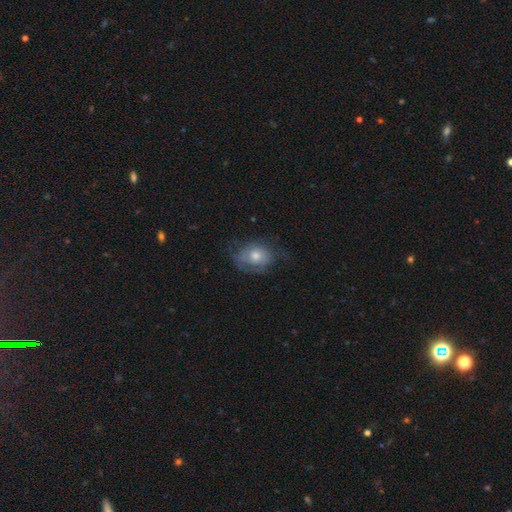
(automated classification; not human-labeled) A smooth galaxy with no disk features (52%) that is in between round and cigar-shaped (55%). Merging: none (56%).